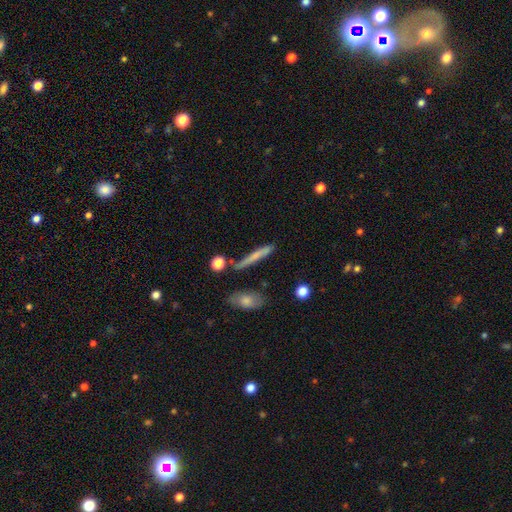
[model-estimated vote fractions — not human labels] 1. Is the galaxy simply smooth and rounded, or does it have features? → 63% smooth, 29% featured or disk, 8% star or artifact.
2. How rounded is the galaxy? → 91% cigar-shaped, 6% in between, 3% round.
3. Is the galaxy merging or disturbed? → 76% none, 14% minor disturbance, 7% merger, 4% major disturbance.